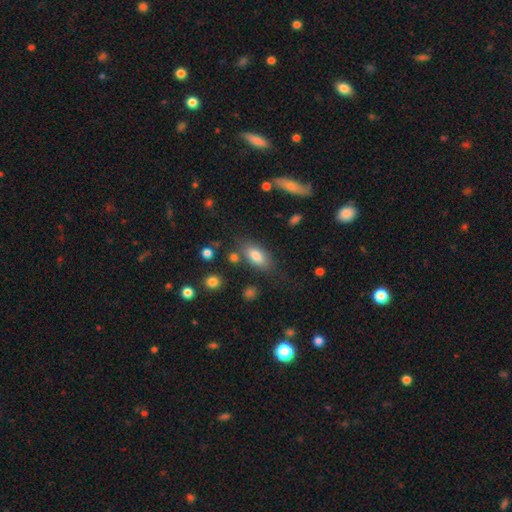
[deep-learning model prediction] This is clearly a smooth galaxy (81%). How rounded: clearly in between (86%). Merging: likely none (72%).